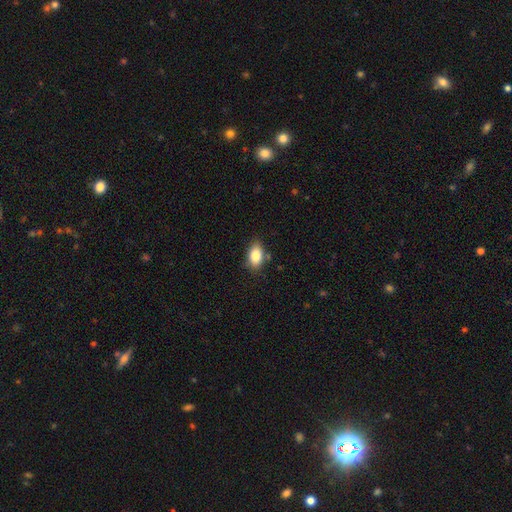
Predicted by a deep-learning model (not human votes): Smooth or featured?
  - smooth: 83% *
  - featured or disk: 8%
  - star or artifact: 8%
How rounded?
  - in between: 87% *
  - round: 11%
  - cigar-shaped: 2%
Merging?
  - none: 78% *
  - minor disturbance: 16%
  - major disturbance: 3%
  - merger: 3%